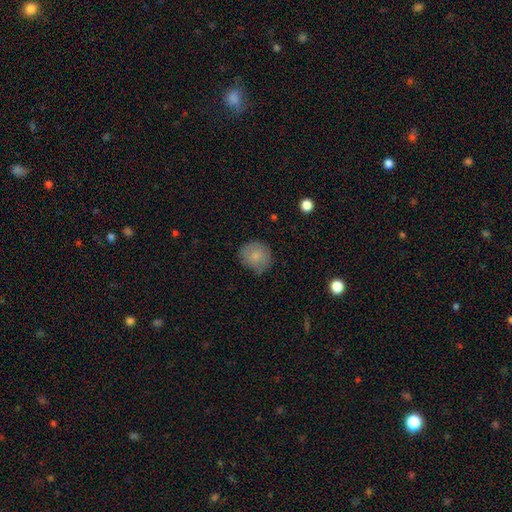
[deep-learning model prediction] Overall: smooth (80%). How rounded: round (83%). Merging: none (73%).